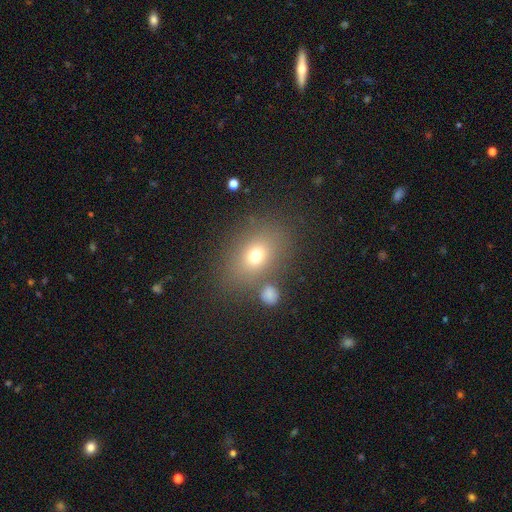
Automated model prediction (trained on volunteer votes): This appears to be a smooth galaxy with no disk features (70%) that is in between round and cigar-shaped (64%). Merging: none (75%).